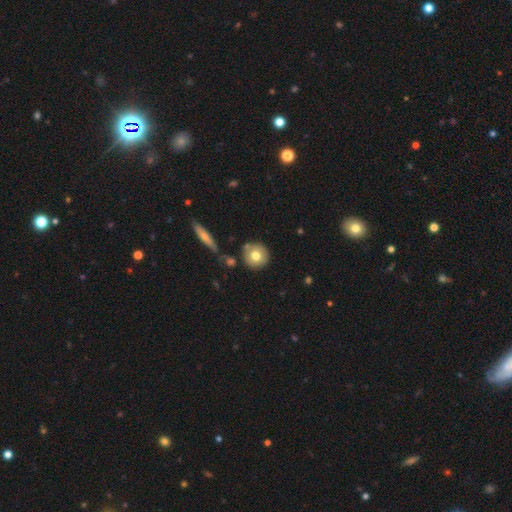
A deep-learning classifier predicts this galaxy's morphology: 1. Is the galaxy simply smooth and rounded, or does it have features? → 74% smooth, 18% featured or disk, 8% star or artifact.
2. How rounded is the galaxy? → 92% round, 6% in between, 1% cigar-shaped.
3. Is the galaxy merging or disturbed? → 81% none, 10% minor disturbance, 7% merger, 3% major disturbance.